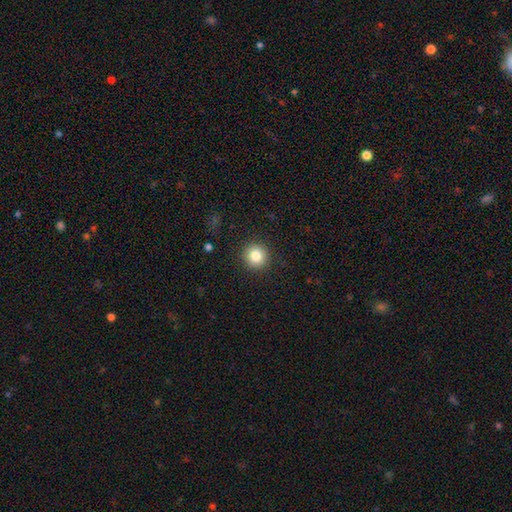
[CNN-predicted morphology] Overall: smooth (84%). How rounded: round (93%). Merging: none (91%).